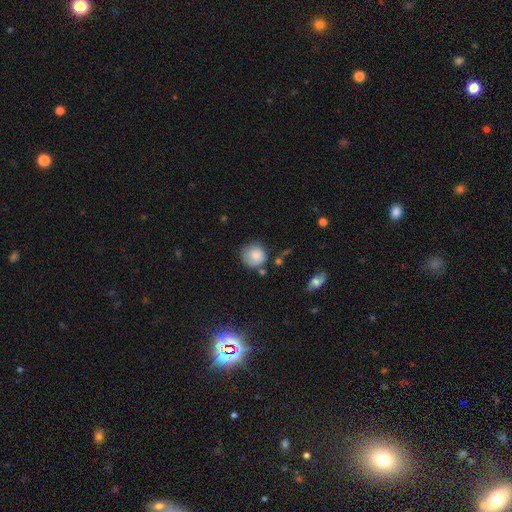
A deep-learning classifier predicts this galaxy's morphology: A smooth galaxy with no disk features (82%) that is round (89%). Merging: none (67%).